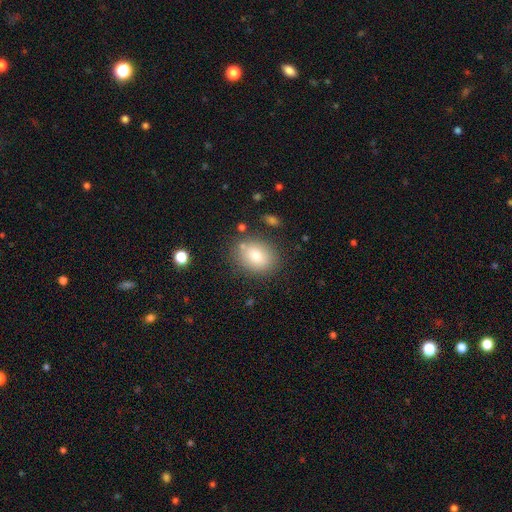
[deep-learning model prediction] smooth_or_featured: smooth (p=0.76) [alt: featured or disk p=0.14]
how_rounded: in between (p=0.51) [alt: round p=0.48]
merging: none (p=0.80) [alt: minor disturbance p=0.12]